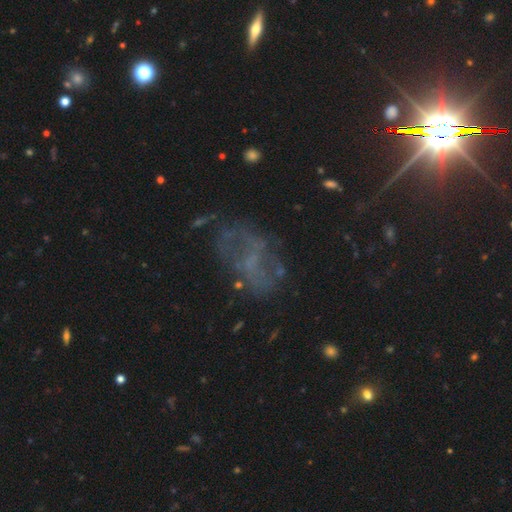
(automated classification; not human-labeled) Smooth or featured: featured or disk — 57% (star or artifact — 24%)
Edge-on disk: no — 96% (yes — 4%)
Bar: no — 57% (weak — 32%)
Spiral arms: yes — 51% (no — 49%)
Bulge size: none — 60% (small — 26%)
Merging: none — 55% (major disturbance — 23%)